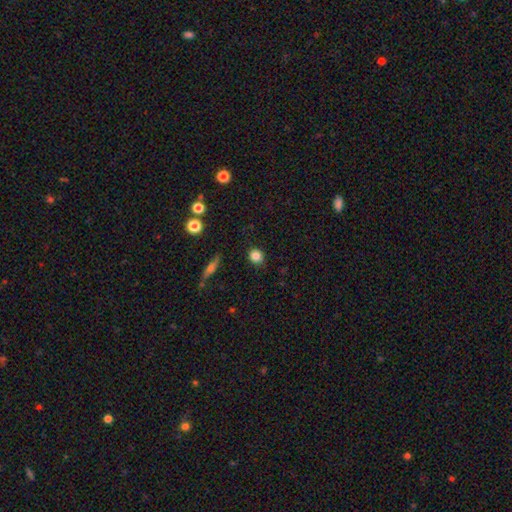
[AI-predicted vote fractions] Smooth or featured: smooth — 84% (star or artifact — 10%)
How rounded: round — 82% (in between — 17%)
Merging: none — 87% (minor disturbance — 9%)